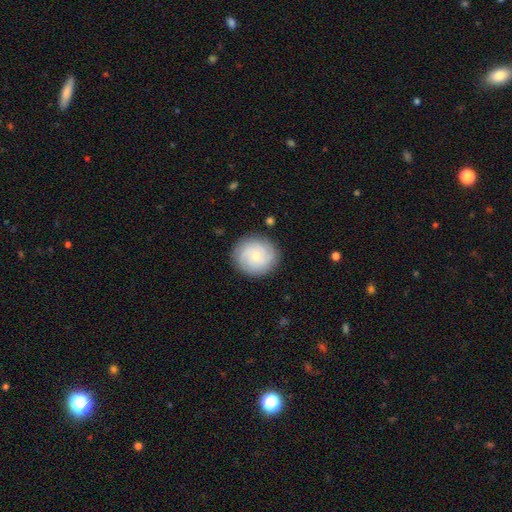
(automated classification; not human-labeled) smooth_or_featured: featured or disk (p=0.58) [alt: smooth p=0.34]
disk_edge_on: no (p=0.98) [alt: yes p=0.02]
bar: no (p=0.77) [alt: weak p=0.21]
has_spiral_arms: yes (p=0.91) [alt: no p=0.09]
spiral_winding: tight (p=0.62) [alt: medium p=0.30]
spiral_arm_count: 3 (p=0.30) [alt: can't tell p=0.29]
bulge_size: small (p=0.63) [alt: moderate p=0.33]
merging: none (p=0.86) [alt: minor disturbance p=0.10]